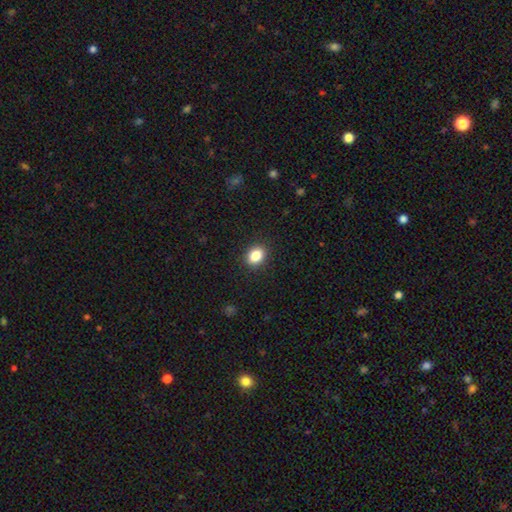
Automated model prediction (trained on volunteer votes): The model was most divided on "how rounded": in between: 63%, round: 36%, cigar-shaped: 1%. More confident: merging — none (90%); smooth or featured — smooth (86%).